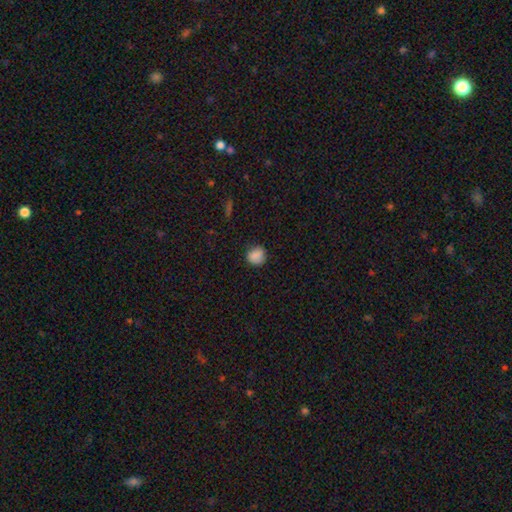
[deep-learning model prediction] Overall: smooth (87%). How rounded: round (84%). Merging: none (81%).